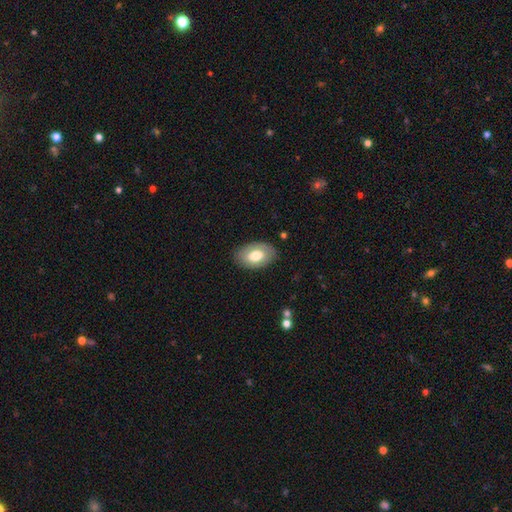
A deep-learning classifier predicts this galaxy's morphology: smooth 67%, featured or disk 27%, star or artifact 6%. Down the decision tree: how rounded — in between (90%); merging — none (83%).